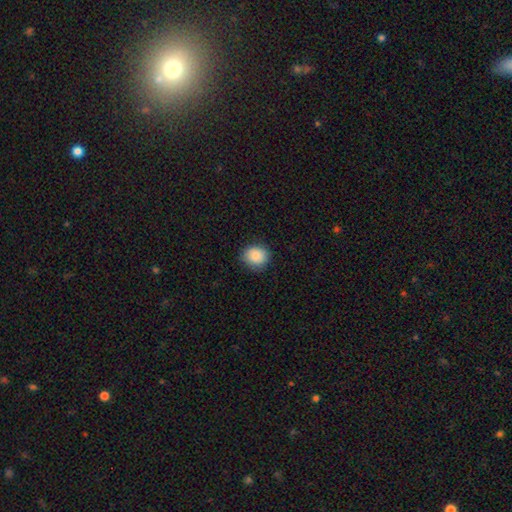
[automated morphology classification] smooth 87%, star or artifact 8%, featured or disk 5%. Down the decision tree: how rounded — round (78%); merging — none (85%).